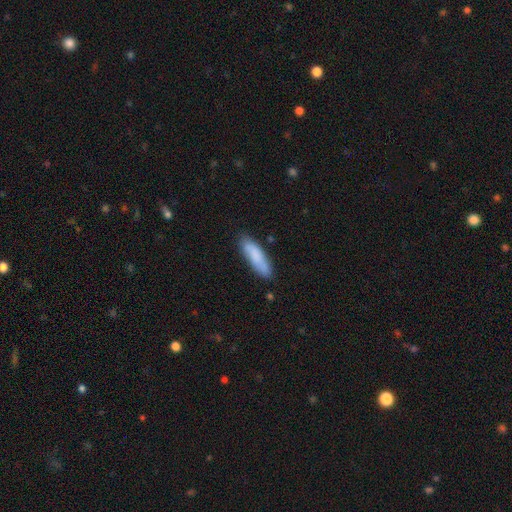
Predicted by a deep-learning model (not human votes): smooth 81%, featured or disk 13%, star or artifact 6%. Down the decision tree: how rounded — cigar-shaped (60%); merging — none (81%).